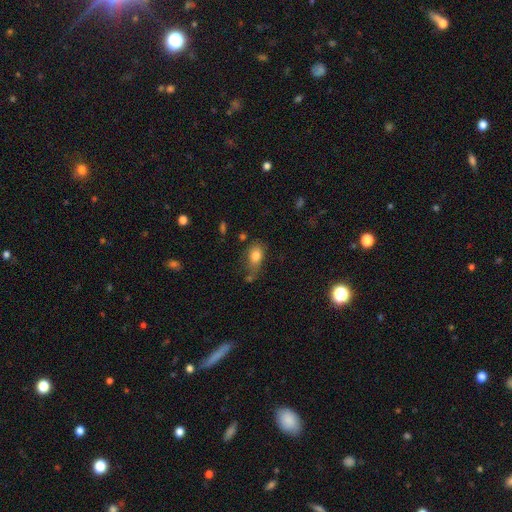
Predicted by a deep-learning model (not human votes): Smooth or featured? Predicted: smooth (p=0.80). How rounded? Predicted: in between (p=0.82). Merging? Predicted: none (p=0.53).